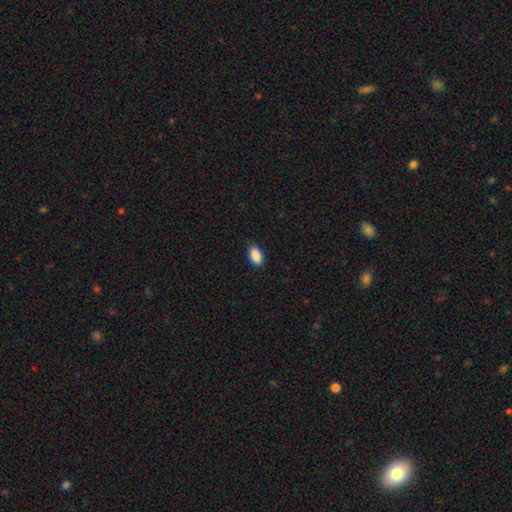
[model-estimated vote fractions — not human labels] Morphology: type=smooth (90%); roundness=in between (93%); merging=none (87%).